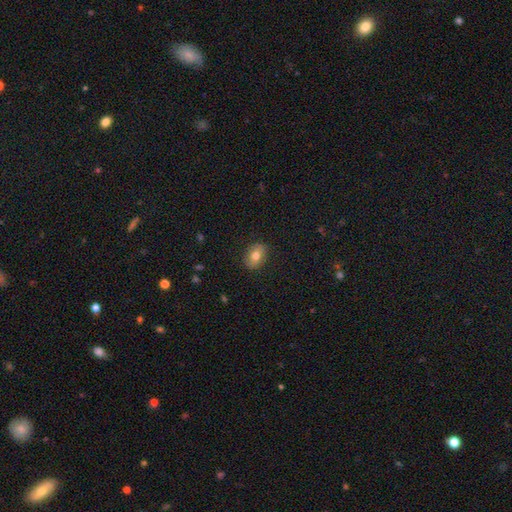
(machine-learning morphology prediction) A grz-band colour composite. It shows a smooth galaxy with no disk features (73%) that is in between round and cigar-shaped (75%). Merging: none (86%).